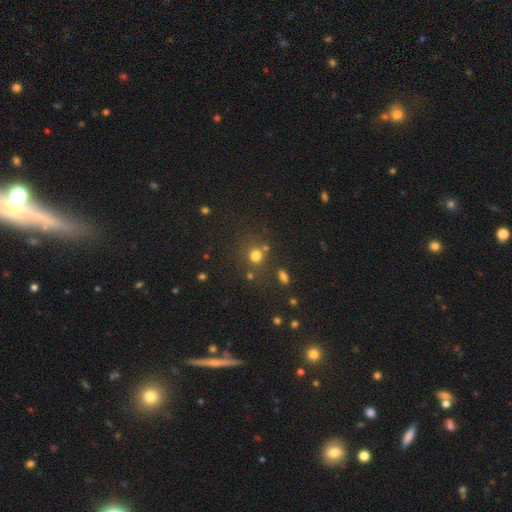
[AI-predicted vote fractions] This appears to be a smooth galaxy with no disk features (73%) that is round (81%). Merging: none (69%).